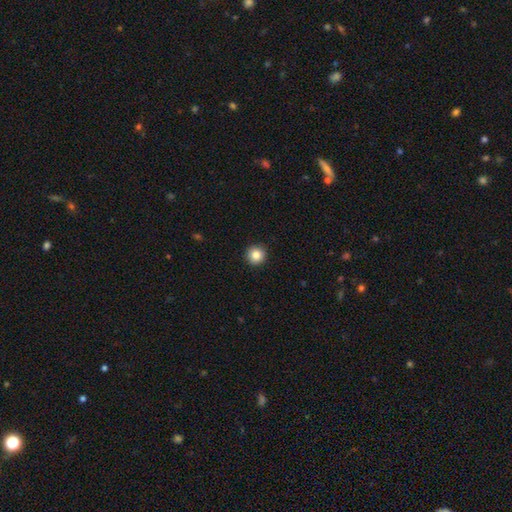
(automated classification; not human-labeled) Overall: smooth (85%). How rounded: round (94%). Merging: none (92%).